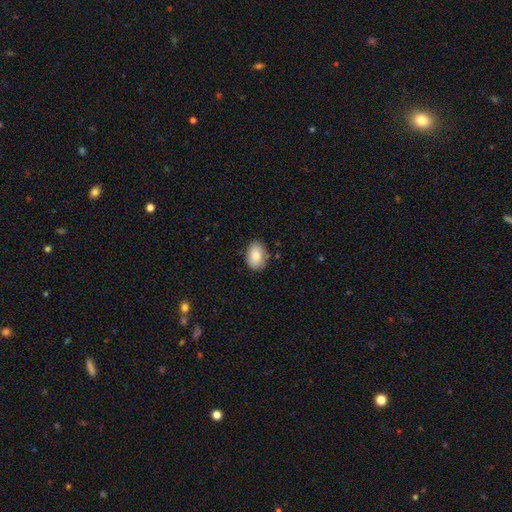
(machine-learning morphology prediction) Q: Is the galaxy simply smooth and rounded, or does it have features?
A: smooth — 84%.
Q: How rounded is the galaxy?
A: in between — 82%.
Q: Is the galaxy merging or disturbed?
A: none — 77%.